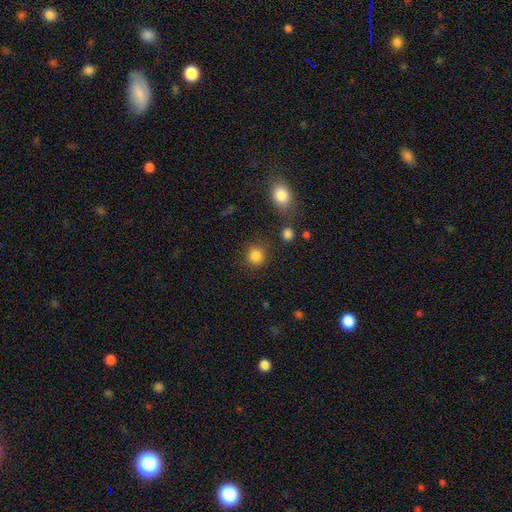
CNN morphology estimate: smooth_or_featured: smooth (p=0.85) [alt: star or artifact p=0.11]
how_rounded: round (p=0.89) [alt: in between p=0.10]
merging: none (p=0.84) [alt: minor disturbance p=0.08]